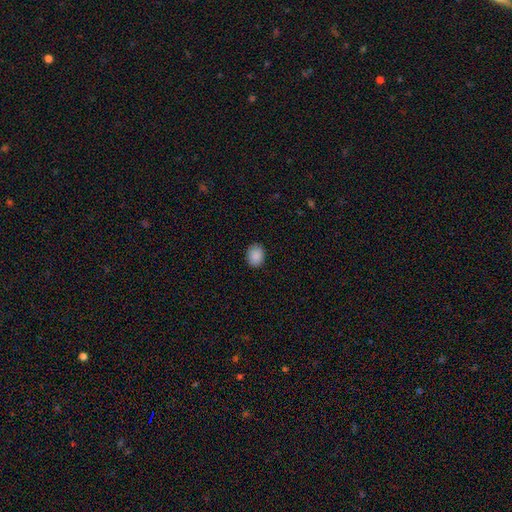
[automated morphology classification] This appears to be a smooth galaxy with no disk features (89%) that is in between round and cigar-shaped (63%). Merging: none (88%).